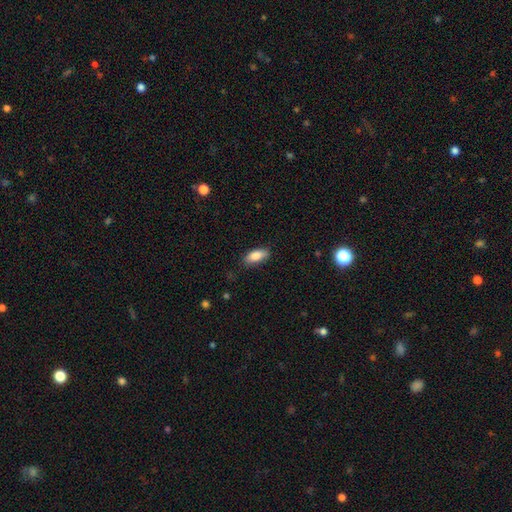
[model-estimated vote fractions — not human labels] smooth-or-featured: smooth: 86% | featured or disk: 8% | star or artifact: 7%
  how-rounded: in between: 86% | cigar-shaped: 12% | round: 2%
  merging: none: 82% | minor disturbance: 14% | major disturbance: 3% | merger: 1%